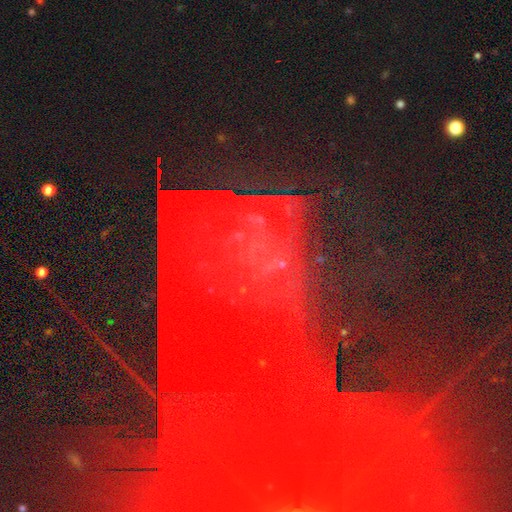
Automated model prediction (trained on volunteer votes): Overall: star or artifact (65%).